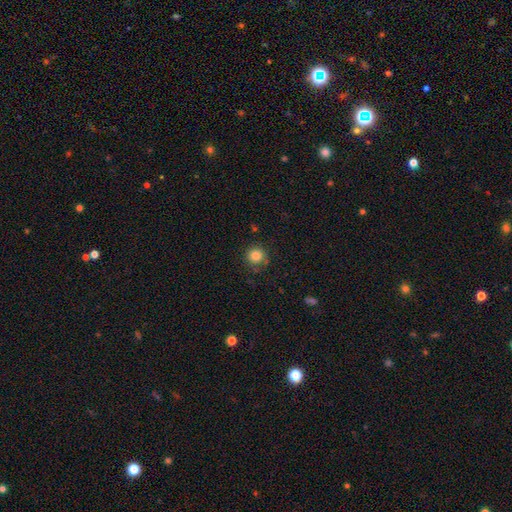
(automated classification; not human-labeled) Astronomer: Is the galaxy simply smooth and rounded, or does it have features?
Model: smooth — 84%.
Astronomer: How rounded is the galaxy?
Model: round — 93%.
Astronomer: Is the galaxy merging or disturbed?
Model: none — 83%.